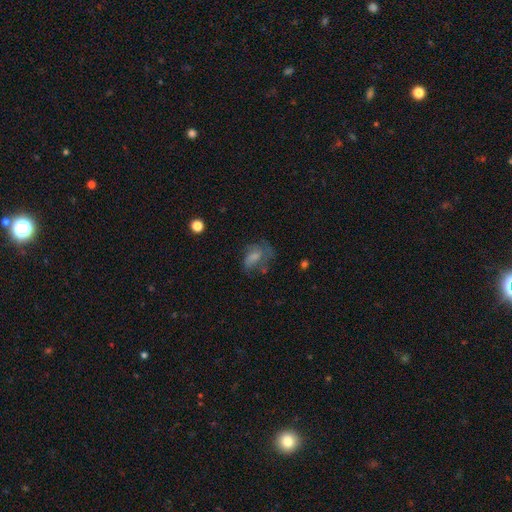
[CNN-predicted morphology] A featured or disk galaxy (47%). Merging: none (49%).